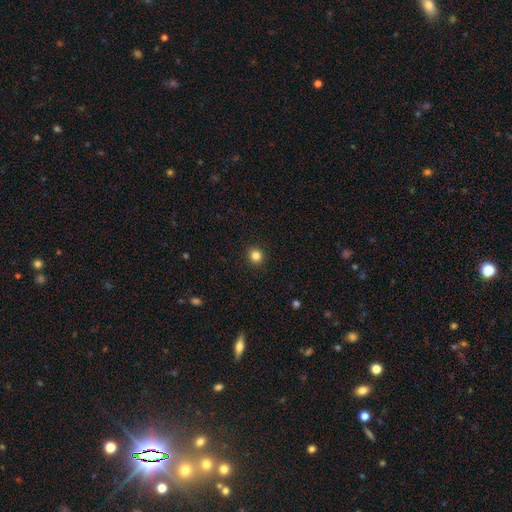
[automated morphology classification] A smooth galaxy with no disk features (83%) that is round (90%). Merging: none (92%).